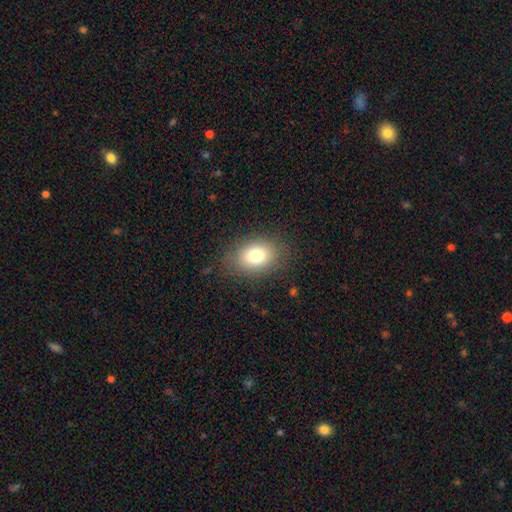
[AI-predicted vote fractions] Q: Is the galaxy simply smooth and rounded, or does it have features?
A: smooth — 78%.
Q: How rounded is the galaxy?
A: in between — 72%.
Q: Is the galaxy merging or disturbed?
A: none — 83%.